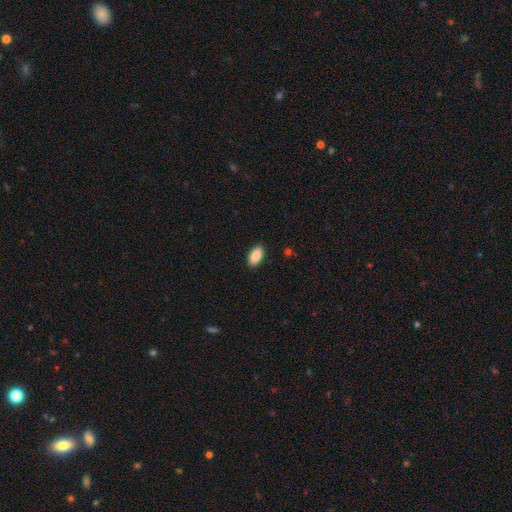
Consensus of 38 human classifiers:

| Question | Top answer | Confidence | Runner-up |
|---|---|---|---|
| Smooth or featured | smooth | 89% | featured or disk (5%) |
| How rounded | in between | 94% | cigar-shaped (6%) |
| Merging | none | 94% | minor disturbance (3%) |